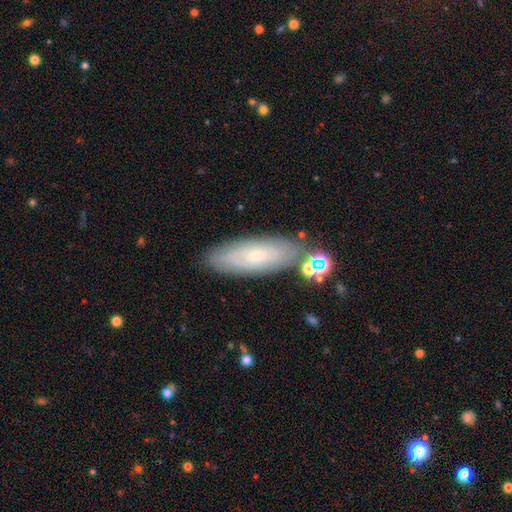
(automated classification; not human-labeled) A featured or disk galaxy (50%). Merging: none (79%).